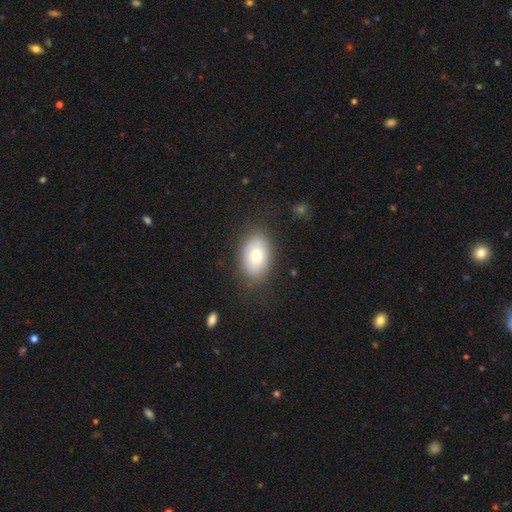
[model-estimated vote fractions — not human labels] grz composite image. It shows a smooth galaxy with no disk features (71%) that is in between round and cigar-shaped (82%). Merging: none (82%).